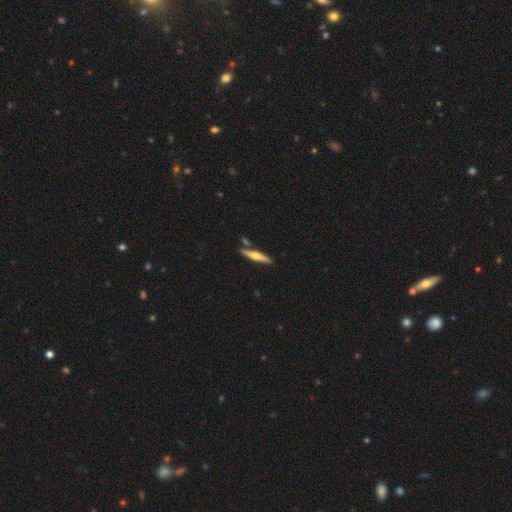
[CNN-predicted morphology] This is possibly a featured or disk galaxy (59%). It is clearly viewed edge-on (97%). Edge-on bulge: clearly rounded (82%). Merging: clearly none (82%).